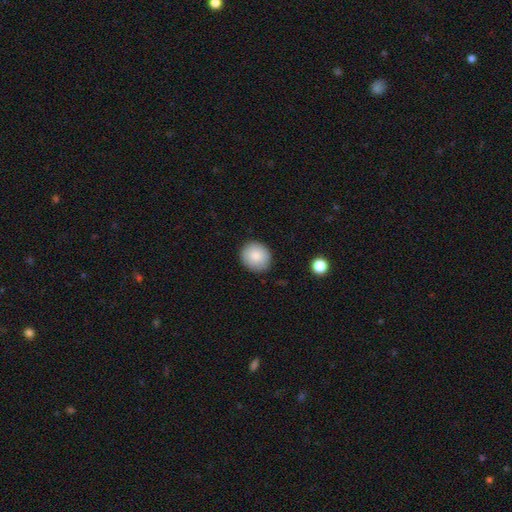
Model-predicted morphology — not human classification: The model was most divided on "how rounded": round: 81%, in between: 18%, cigar-shaped: 1%. More confident: merging — none (88%); smooth or featured — smooth (85%).